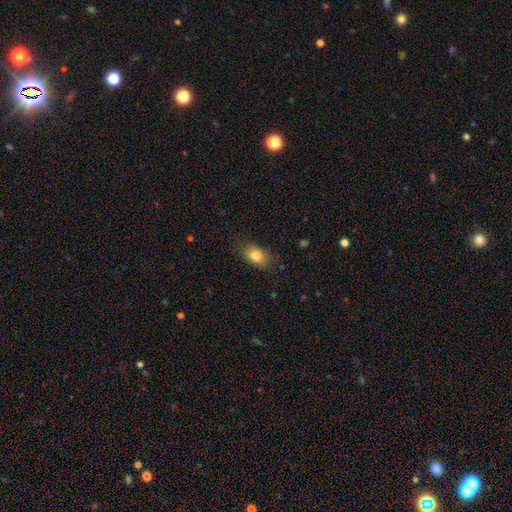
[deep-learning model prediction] The model was most divided on "merging": none: 80%, minor disturbance: 16%, major disturbance: 4%, merger: 1%. More confident: how rounded — in between (86%); smooth or featured — smooth (81%).